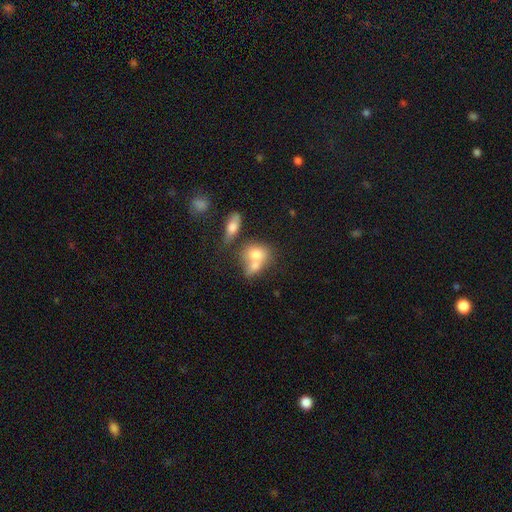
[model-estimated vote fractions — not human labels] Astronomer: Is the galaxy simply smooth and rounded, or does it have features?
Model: smooth — 72%.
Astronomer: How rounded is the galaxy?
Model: in between — 53% (runner-up: round, 44%).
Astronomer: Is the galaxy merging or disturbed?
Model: merger — 63%.